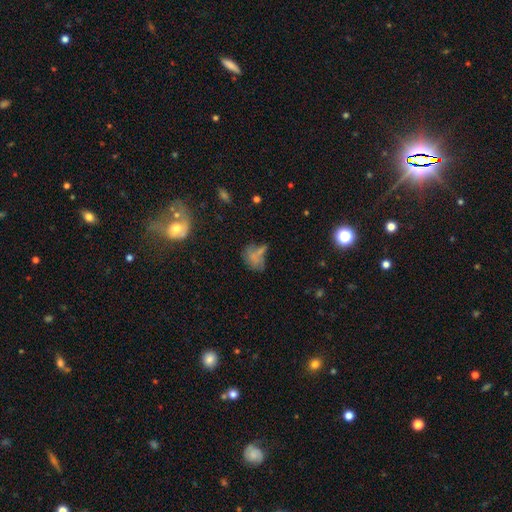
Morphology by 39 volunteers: Volunteers were most divided on "merging" (2-way tie): none: 29%, minor disturbance: 29%, merger: 23%, major disturbance: 20%. More confident: how rounded — in between (79%); smooth or featured — smooth (62%).